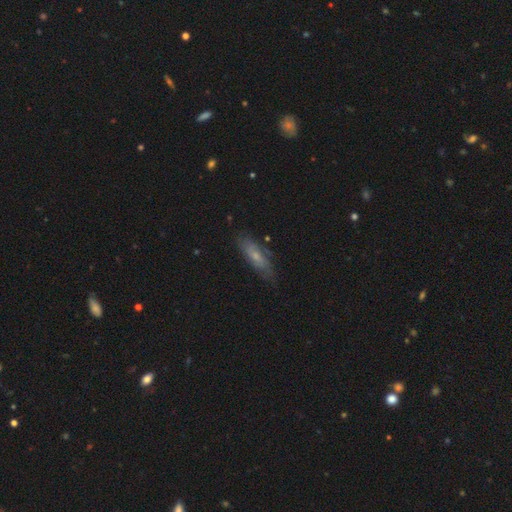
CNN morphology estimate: The model was most divided on "how rounded": cigar-shaped: 51%, in between: 47%, round: 2%. More confident: merging — none (73%); smooth or featured — smooth (51%).